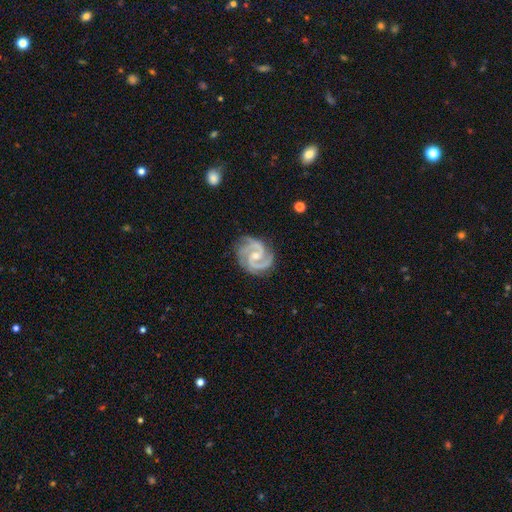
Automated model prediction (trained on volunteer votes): This appears to be a featured or disk galaxy (94%) with no bar (44%), 2 (59%) medium (52%) spiral arms (99%) and a small central bulge (54%). Merging: none (78%).